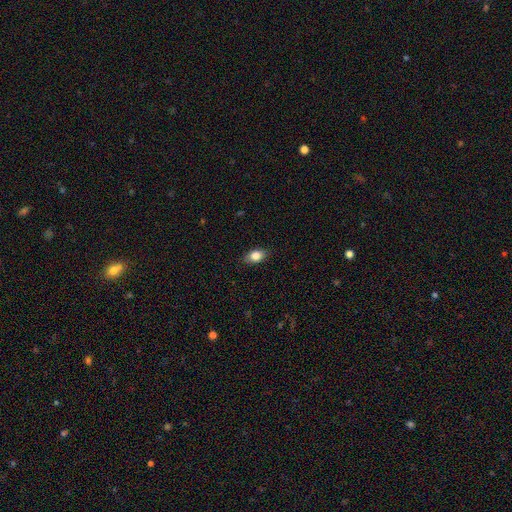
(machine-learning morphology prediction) Smooth or featured? smooth (83%)
How rounded? in between (84%)
Merging? none (86%)